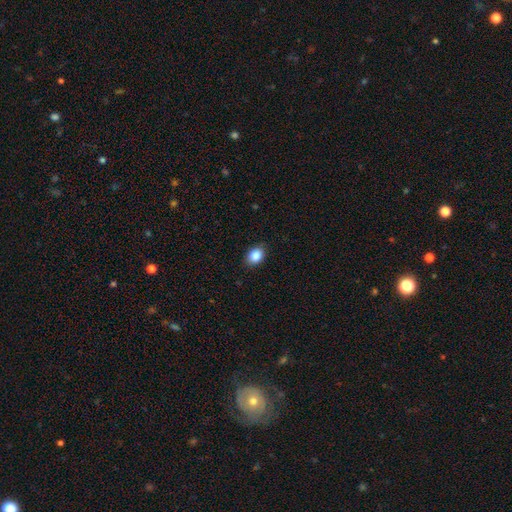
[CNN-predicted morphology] Smooth or featured?
  - smooth: 86% *
  - star or artifact: 9%
  - featured or disk: 6%
How rounded?
  - in between: 71% *
  - round: 28%
  - cigar-shaped: 1%
Merging?
  - none: 87% *
  - minor disturbance: 10%
  - major disturbance: 2%
  - merger: 1%